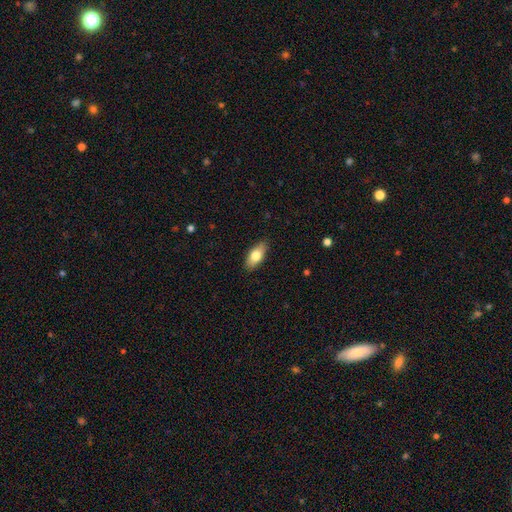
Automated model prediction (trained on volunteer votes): Smooth or featured?
  - smooth: 76% *
  - featured or disk: 18%
  - star or artifact: 6%
How rounded?
  - in between: 84% *
  - cigar-shaped: 13%
  - round: 3%
Merging?
  - none: 87% *
  - minor disturbance: 10%
  - major disturbance: 2%
  - merger: 1%